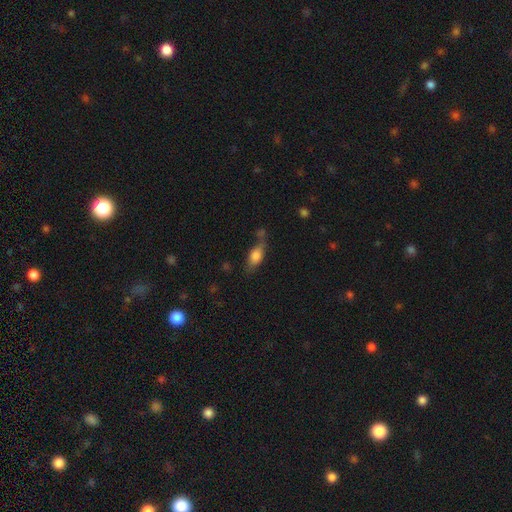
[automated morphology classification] A smooth galaxy with no disk features (75%) that is in between round and cigar-shaped (79%).

Vote fractions:
- Smooth or featured? smooth: 75% / featured or disk: 17% / star or artifact: 8%
- How rounded? in between: 79% / cigar-shaped: 15% / round: 6%
- Merging? none: 51% / minor disturbance: 24% / merger: 15% / major disturbance: 10%